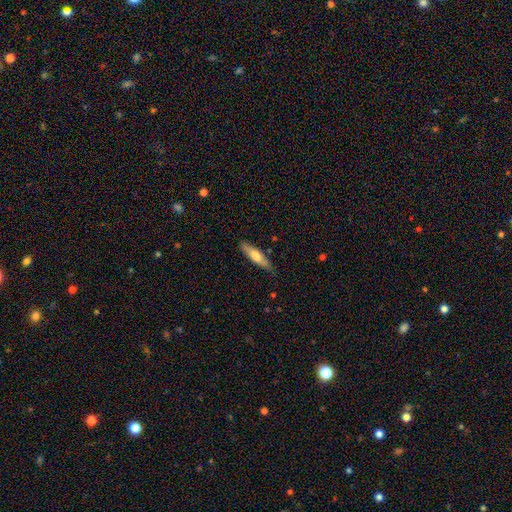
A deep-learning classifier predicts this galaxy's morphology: Smooth or featured? smooth (61%)
How rounded? cigar-shaped (73%)
Merging? none (83%)